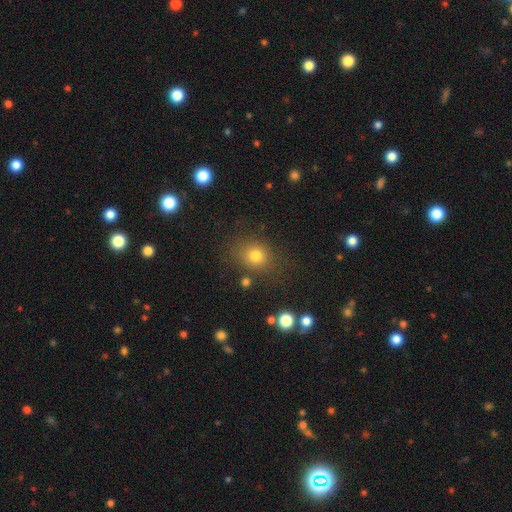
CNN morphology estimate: This appears to be a smooth galaxy with no disk features (77%) that is round (64%). Merging: none (76%).